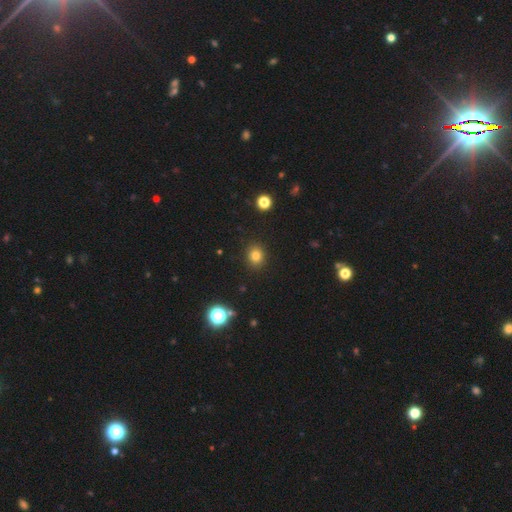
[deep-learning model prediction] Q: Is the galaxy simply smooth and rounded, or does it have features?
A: smooth — 80%.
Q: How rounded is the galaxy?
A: round — 75%.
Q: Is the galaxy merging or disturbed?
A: none — 90%.